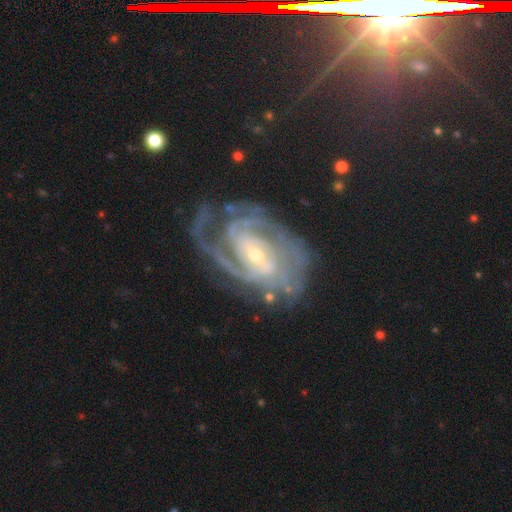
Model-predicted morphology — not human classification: type=featured or disk (89%); edge-on=no (97%); bar=weak (43%); spiral arms=yes (97%); winding=tight (64%); arm count=2 (26%, tied with can't tell); bulge=small (60%); merging=none (61%).